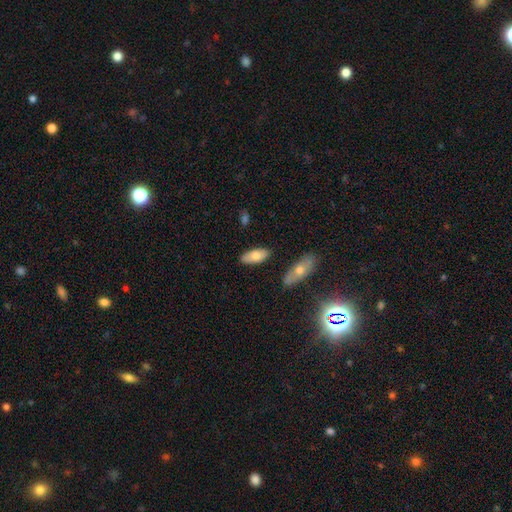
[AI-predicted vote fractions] smooth_or_featured: smooth (p=0.74) [alt: featured or disk p=0.20]
how_rounded: in between (p=0.85) [alt: cigar-shaped p=0.13]
merging: none (p=0.84) [alt: minor disturbance p=0.11]